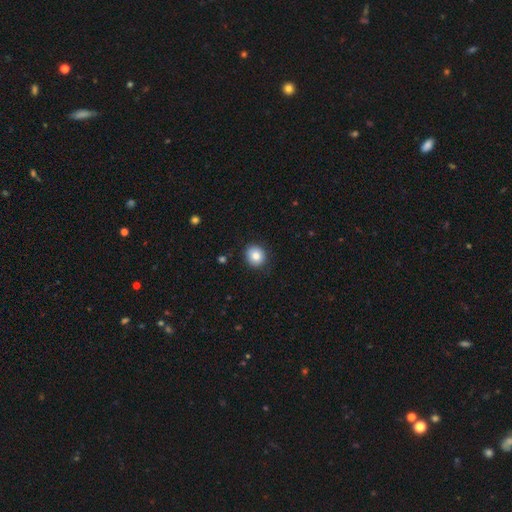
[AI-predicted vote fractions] This is clearly a smooth galaxy (83%). How rounded: clearly round (81%). Merging: clearly none (86%).